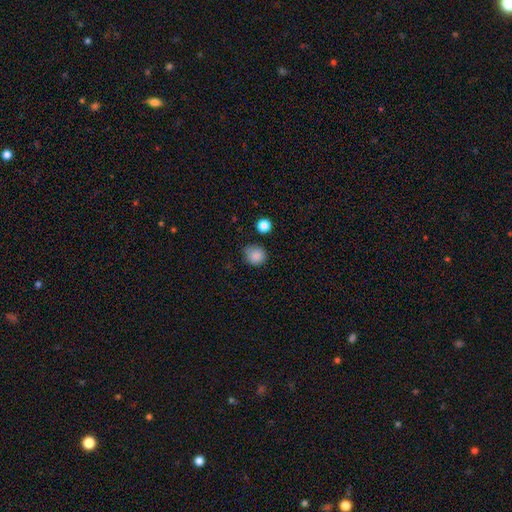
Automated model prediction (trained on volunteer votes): The model was most divided on "merging": none: 72%, minor disturbance: 21%, major disturbance: 4%, merger: 3%. More confident: smooth or featured — smooth (86%); how rounded — round (84%).